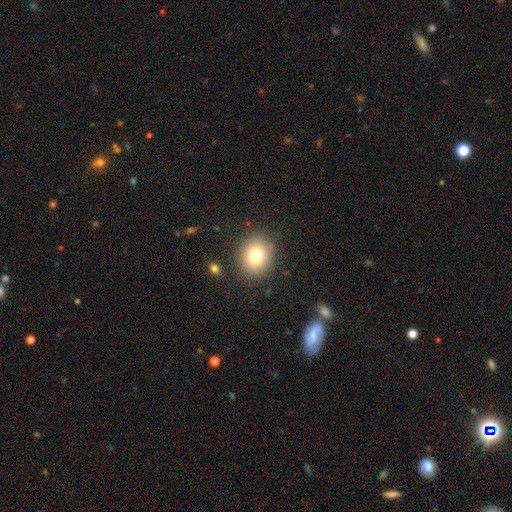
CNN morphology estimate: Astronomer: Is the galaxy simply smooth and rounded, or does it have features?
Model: smooth — 77%.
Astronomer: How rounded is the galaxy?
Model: round — 75%.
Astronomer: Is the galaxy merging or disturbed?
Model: none — 86%.